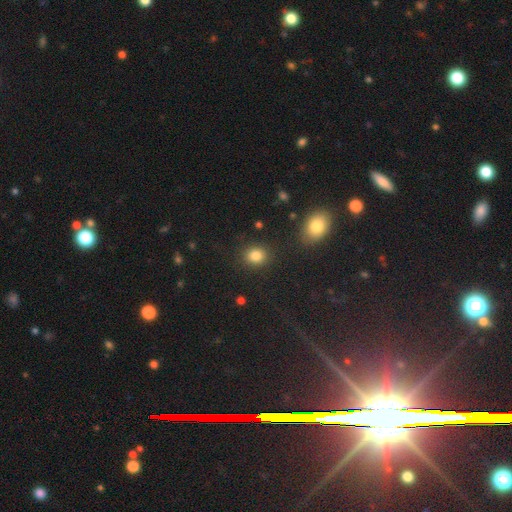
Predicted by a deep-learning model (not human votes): Smooth or featured: smooth — 84% (star or artifact — 11%)
How rounded: round — 69% (in between — 30%)
Merging: none — 87% (minor disturbance — 8%)